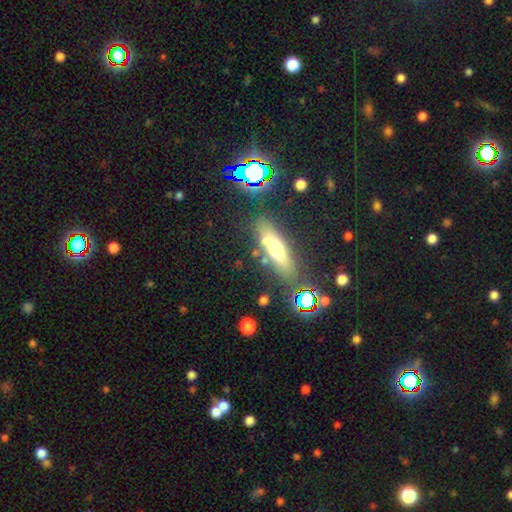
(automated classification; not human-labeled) featured or disk 42%, smooth 37%, star or artifact 21%. Down the decision tree: merging — none (77%).